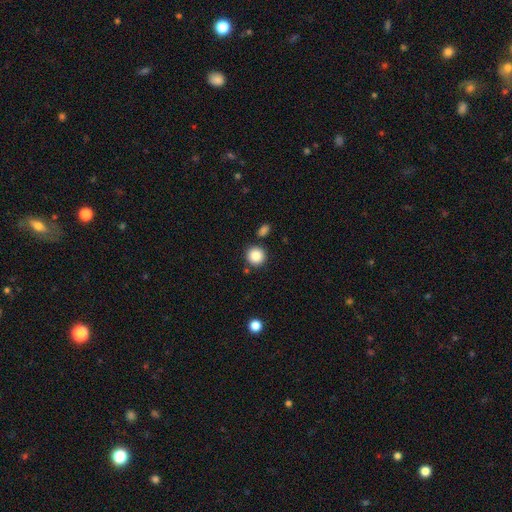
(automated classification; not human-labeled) The model was most divided on "merging": none: 84%, minor disturbance: 8%, merger: 6%, major disturbance: 3%. More confident: how rounded — round (93%); smooth or featured — smooth (88%).